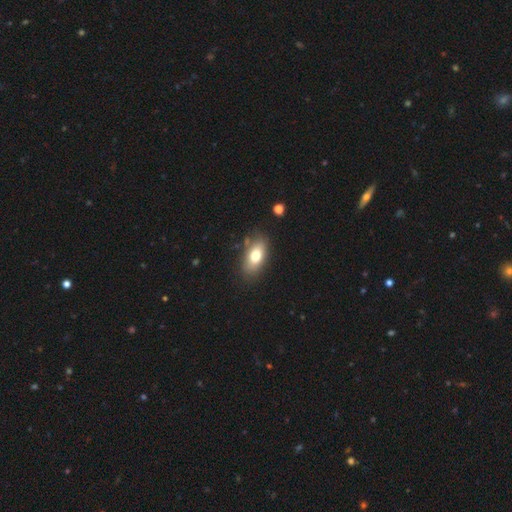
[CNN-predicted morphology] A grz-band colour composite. It shows a smooth galaxy with no disk features (73%) that is in between round and cigar-shaped (88%). Merging: none (79%).